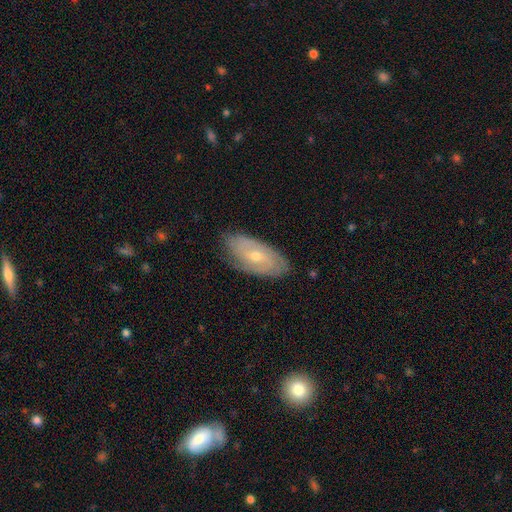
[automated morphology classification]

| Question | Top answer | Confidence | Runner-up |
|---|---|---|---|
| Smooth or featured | featured or disk | 69% | smooth (24%) |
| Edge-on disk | no | 90% | yes (10%) |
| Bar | no | 63% | weak (30%) |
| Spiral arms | yes | 85% | no (15%) |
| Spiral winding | tight | 62% | medium (29%) |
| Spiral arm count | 2 | 39% | tied: can't tell (39%) |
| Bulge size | small | 53% | moderate (44%) |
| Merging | none | 81% | minor disturbance (15%) |